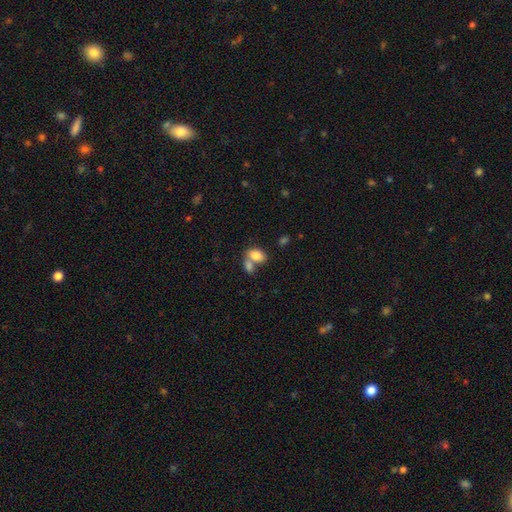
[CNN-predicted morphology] The model was most divided on "merging": merger: 50%, none: 36%, minor disturbance: 10%, major disturbance: 4%. More confident: how rounded — in between (86%); smooth or featured — smooth (82%).